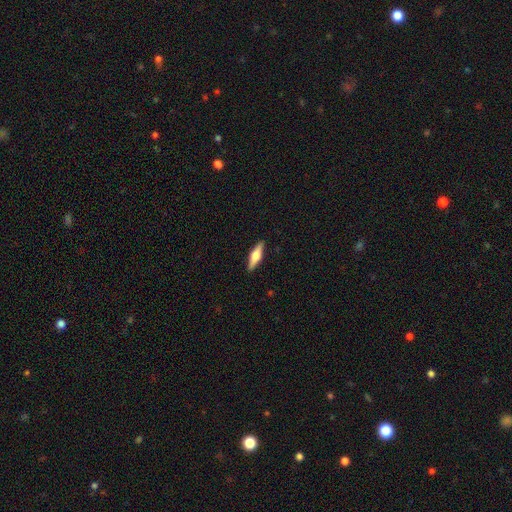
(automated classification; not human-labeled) Overall: featured or disk (54%; smooth 41%). Edge-on disk: yes (95%). Edge-on bulge: rounded (92%). Merging: none (90%).